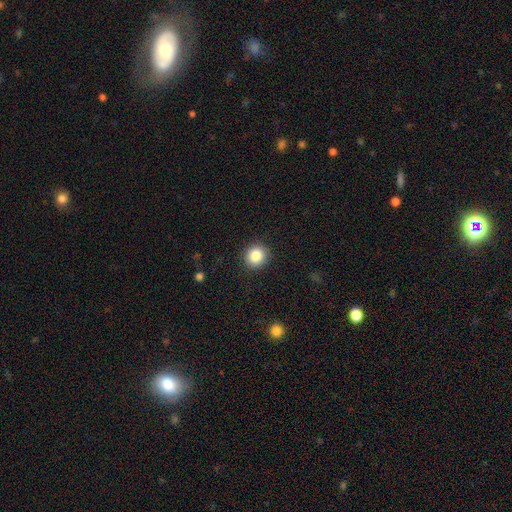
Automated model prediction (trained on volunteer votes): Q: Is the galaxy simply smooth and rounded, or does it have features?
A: smooth — 85%.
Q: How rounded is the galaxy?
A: round — 88%.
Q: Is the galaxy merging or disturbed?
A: none — 91%.